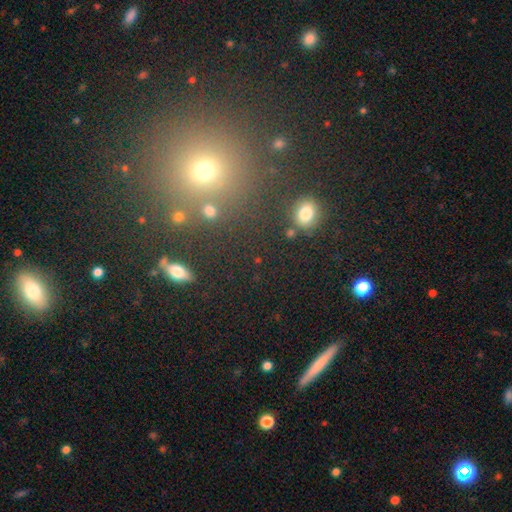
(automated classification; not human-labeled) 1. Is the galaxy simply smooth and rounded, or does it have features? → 44% smooth, 43% star or artifact, 13% featured or disk.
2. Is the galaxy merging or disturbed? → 85% none, 7% minor disturbance, 5% merger, 3% major disturbance.